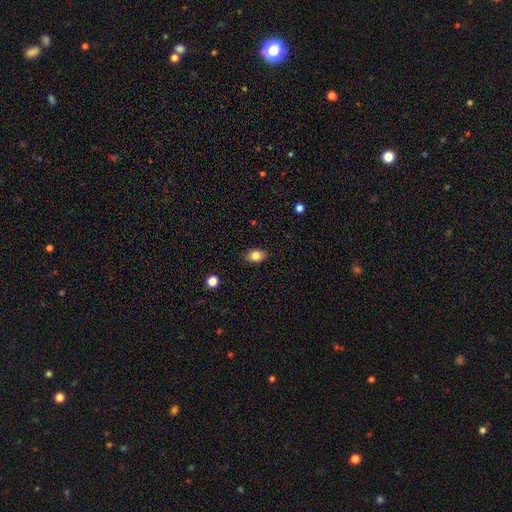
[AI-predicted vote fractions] Smooth or featured: smooth — 82% (star or artifact — 9%)
How rounded: in between — 80% (round — 18%)
Merging: none — 86% (minor disturbance — 10%)